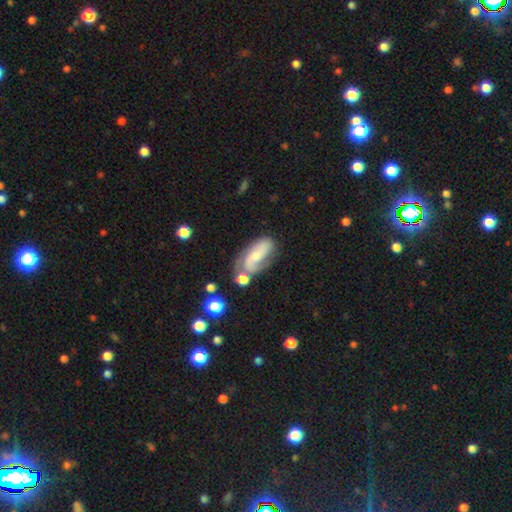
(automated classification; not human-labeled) This appears to be a featured or disk galaxy (66%) with no bar (55%), 2 (67%) medium (41%) spiral arms (88%) and a small central bulge (46%). Merging: none (51%).